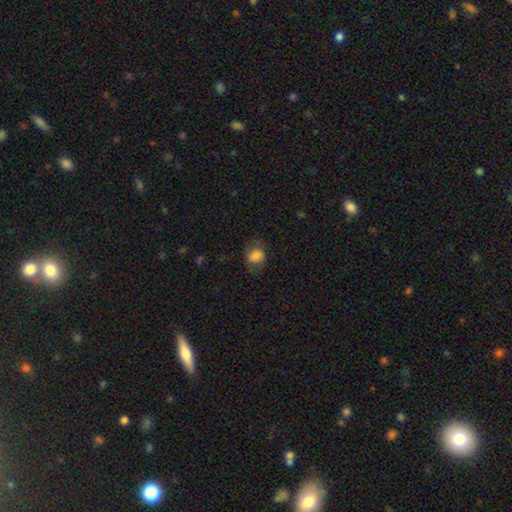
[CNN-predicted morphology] A smooth galaxy with no disk features (78%) that is round (54%). Merging: none (66%).